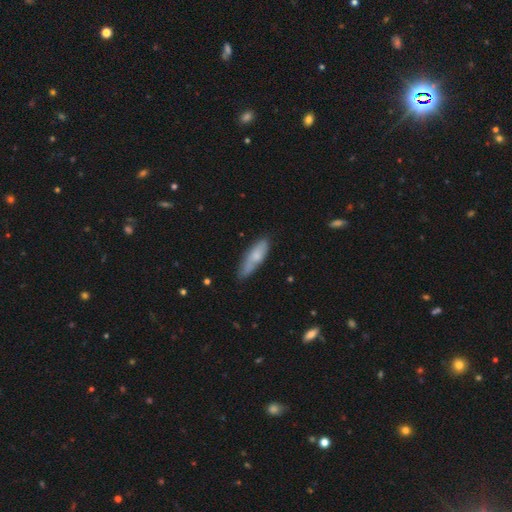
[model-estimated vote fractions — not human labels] Overall: smooth (67%). How rounded: cigar-shaped (54%; in between 44%). Merging: none (63%; minor disturbance 28%).